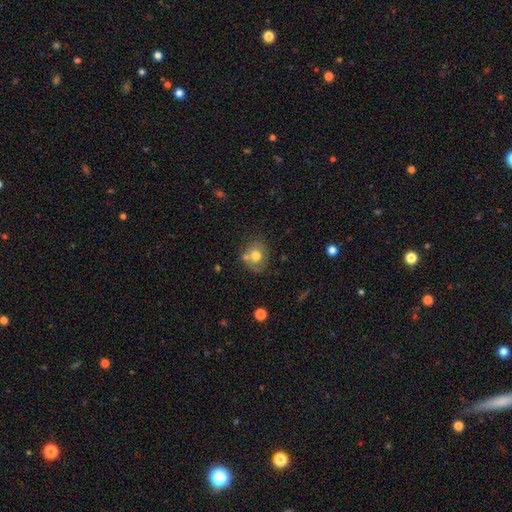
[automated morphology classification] smooth-or-featured: smooth: 70% | featured or disk: 20% | star or artifact: 10%
  how-rounded: round: 65% | in between: 35% | cigar-shaped: 1%
  merging: none: 55% | merger: 20% | minor disturbance: 19% | major disturbance: 6%